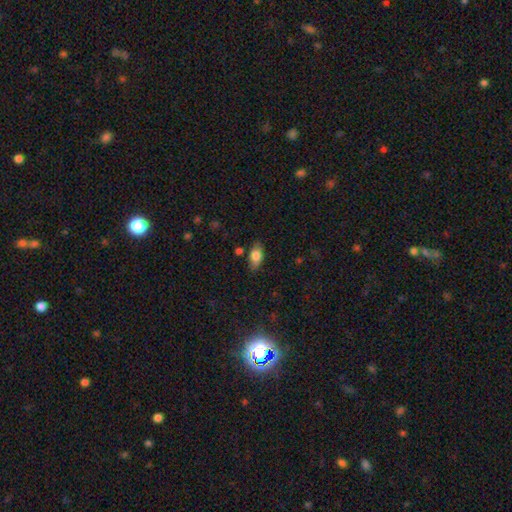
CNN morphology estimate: The model was most divided on "merging": none: 80%, minor disturbance: 14%, major disturbance: 3%, merger: 3%. More confident: how rounded — in between (88%); smooth or featured — smooth (80%).